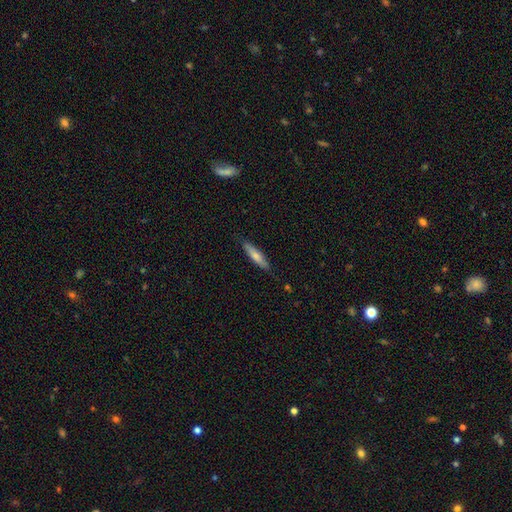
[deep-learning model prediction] Morphology: type=smooth (68%); roundness=cigar-shaped (79%); merging=none (83%).